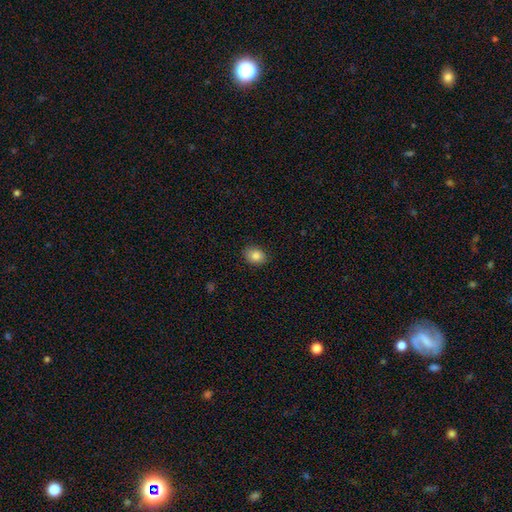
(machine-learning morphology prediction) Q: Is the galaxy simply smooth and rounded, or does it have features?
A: smooth — 85%.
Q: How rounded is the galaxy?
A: in between — 62%.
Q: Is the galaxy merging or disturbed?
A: none — 85%.